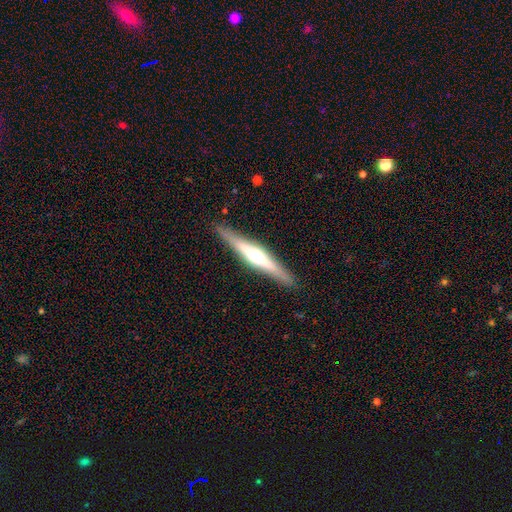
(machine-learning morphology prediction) featured or disk 71%, smooth 24%, star or artifact 5%. Down the decision tree: edge-on disk — yes (97%); edge-on bulge — rounded (84%); merging — none (90%).